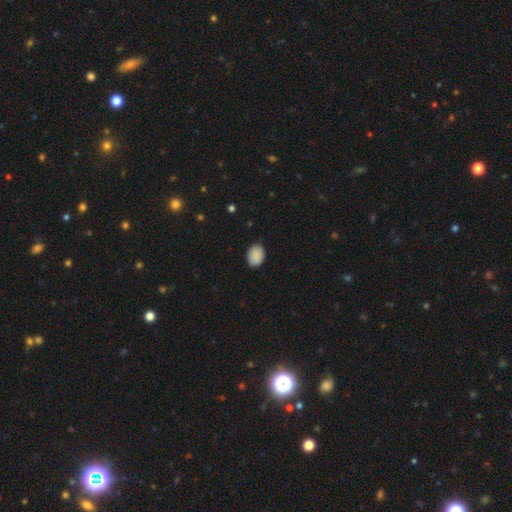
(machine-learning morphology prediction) Smooth or featured: smooth — 90% (star or artifact — 7%)
How rounded: in between — 72% (round — 27%)
Merging: none — 84% (minor disturbance — 13%)